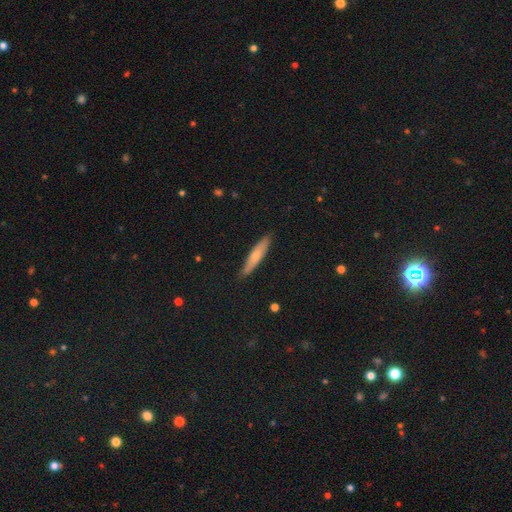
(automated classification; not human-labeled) Smooth or featured? smooth (61%)
How rounded? cigar-shaped (86%)
Merging? none (86%)